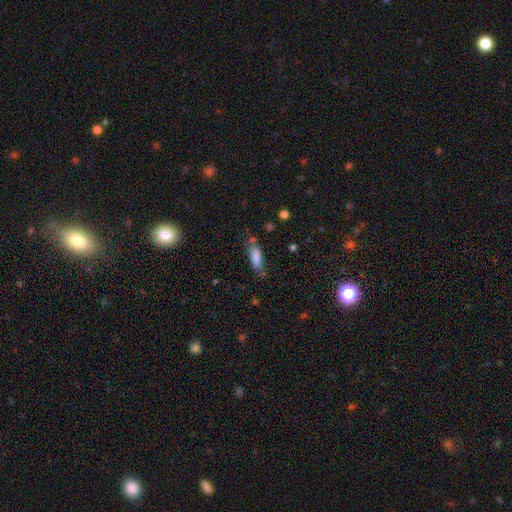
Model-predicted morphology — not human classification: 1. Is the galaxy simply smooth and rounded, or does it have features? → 80% smooth, 12% featured or disk, 8% star or artifact.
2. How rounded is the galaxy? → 56% in between, 41% cigar-shaped, 2% round.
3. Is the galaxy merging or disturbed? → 57% none, 26% minor disturbance, 9% major disturbance, 8% merger.